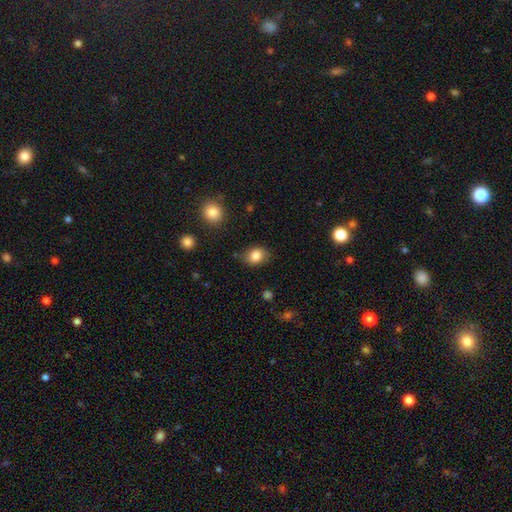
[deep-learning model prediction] smooth_or_featured: smooth (p=0.83) [alt: star or artifact p=0.09]
how_rounded: in between (p=0.61) [alt: round p=0.38]
merging: none (p=0.77) [alt: minor disturbance p=0.17]